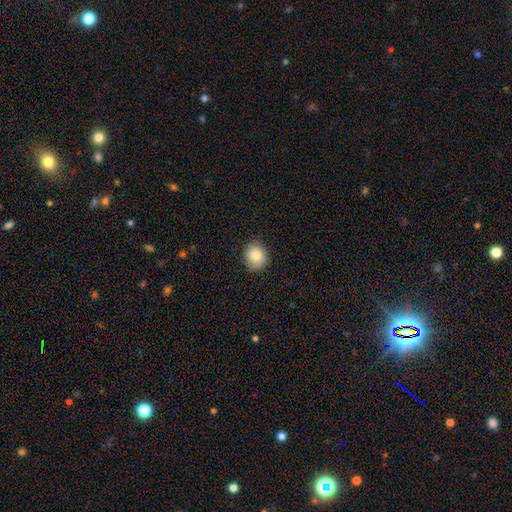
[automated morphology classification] A smooth galaxy with no disk features (83%) that is round (76%). Merging: none (86%).